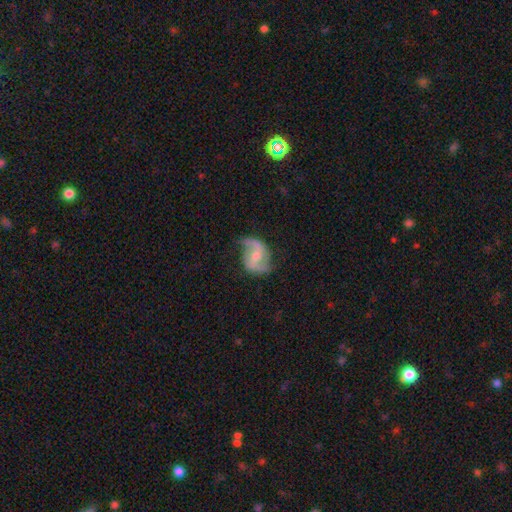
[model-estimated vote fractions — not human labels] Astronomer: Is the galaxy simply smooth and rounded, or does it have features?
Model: featured or disk — 83%.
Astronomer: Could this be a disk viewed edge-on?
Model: no — 97%.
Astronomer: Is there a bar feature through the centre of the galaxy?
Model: weak — 49% (runner-up: no, 27%).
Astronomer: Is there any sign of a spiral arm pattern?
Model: yes — 94%.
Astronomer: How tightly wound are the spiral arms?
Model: loose — 55% (runner-up: medium, 36%).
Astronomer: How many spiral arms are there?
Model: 2 — 90%.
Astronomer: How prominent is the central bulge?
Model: moderate — 51% (runner-up: small, 40%).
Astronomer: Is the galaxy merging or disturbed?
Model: none — 68%.